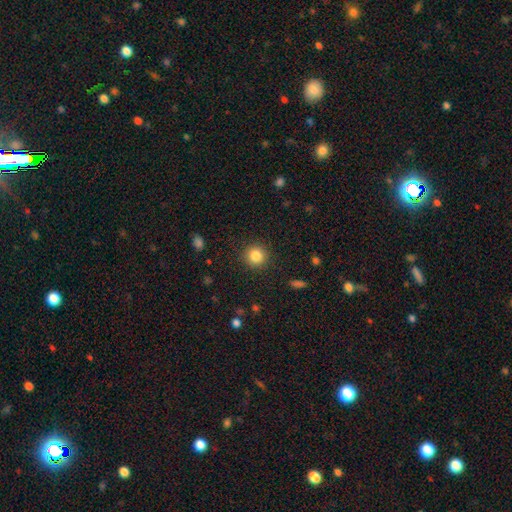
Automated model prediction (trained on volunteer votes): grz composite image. It shows a smooth galaxy with no disk features (84%) that is round (93%). Merging: none (91%).